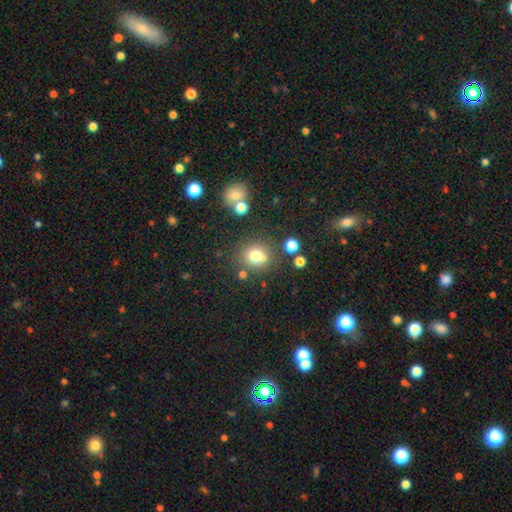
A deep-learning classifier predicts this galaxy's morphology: smooth-or-featured: smooth: 71% | star or artifact: 16% | featured or disk: 12%
  how-rounded: round: 81% | in between: 18% | cigar-shaped: 1%
  merging: none: 64% | merger: 19% | minor disturbance: 12% | major disturbance: 5%